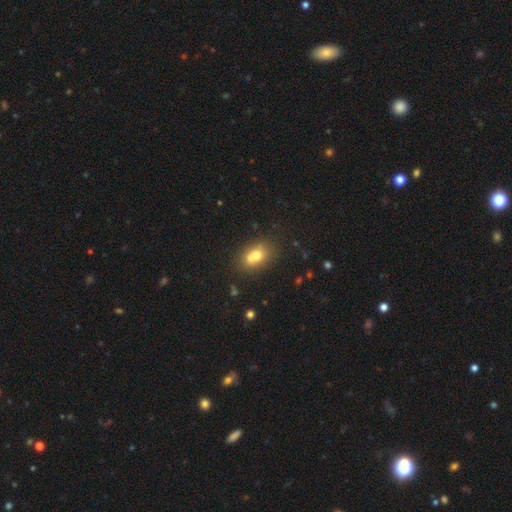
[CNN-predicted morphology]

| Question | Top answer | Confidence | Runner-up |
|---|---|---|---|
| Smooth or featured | smooth | 68% | featured or disk (20%) |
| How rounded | in between | 63% | round (35%) |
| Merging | none | 46% | merger (38%) |